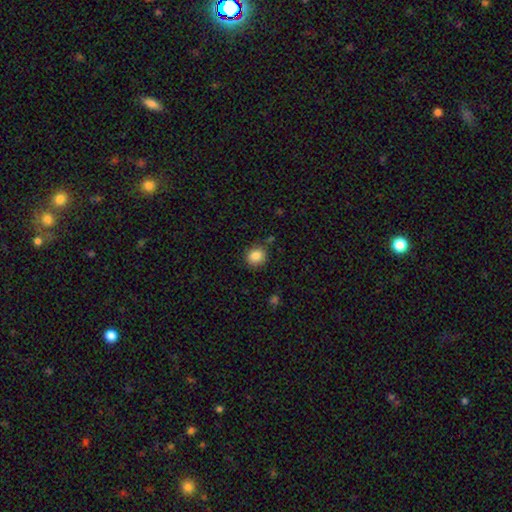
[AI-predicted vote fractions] smooth-or-featured: smooth: 86% | star or artifact: 10% | featured or disk: 5%
  how-rounded: round: 81% | in between: 18% | cigar-shaped: 1%
  merging: none: 82% | minor disturbance: 12% | merger: 3% | major disturbance: 3%